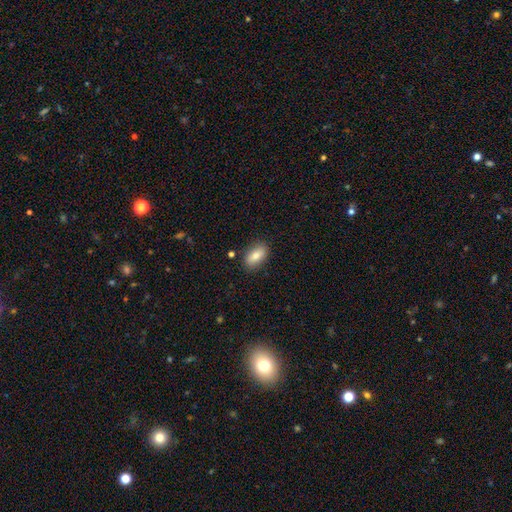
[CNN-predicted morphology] smooth-or-featured: smooth: 81% | featured or disk: 12% | star or artifact: 7%
  how-rounded: in between: 88% | cigar-shaped: 7% | round: 5%
  merging: none: 85% | minor disturbance: 10% | major disturbance: 2% | merger: 2%